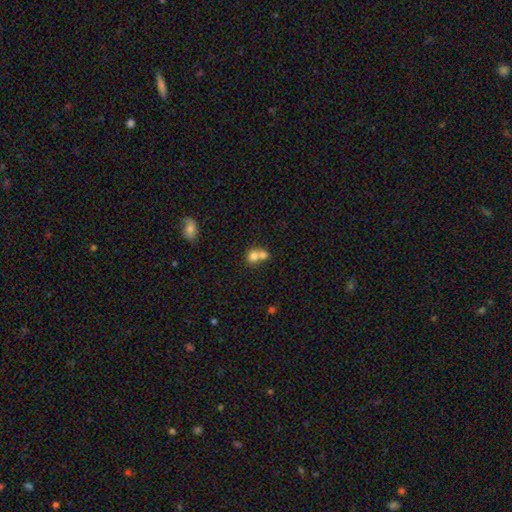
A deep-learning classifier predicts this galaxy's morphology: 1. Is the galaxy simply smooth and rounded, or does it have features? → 73% smooth, 16% featured or disk, 10% star or artifact.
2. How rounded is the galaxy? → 72% round, 27% in between, 1% cigar-shaped.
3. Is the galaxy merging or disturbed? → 67% merger, 25% none, 5% minor disturbance, 3% major disturbance.